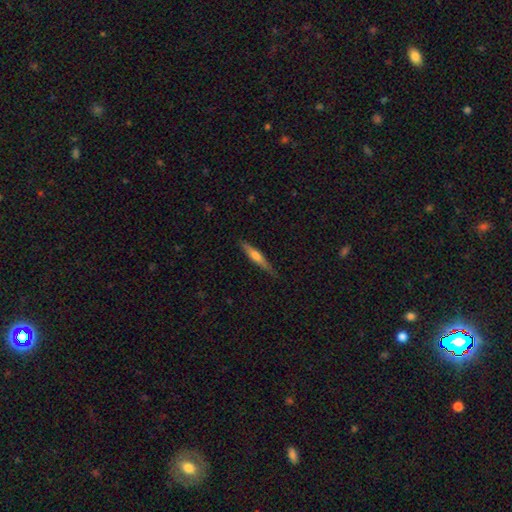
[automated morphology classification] smooth_or_featured: featured or disk (p=0.49) [alt: smooth p=0.45]
merging: none (p=0.85) [alt: minor disturbance p=0.12]